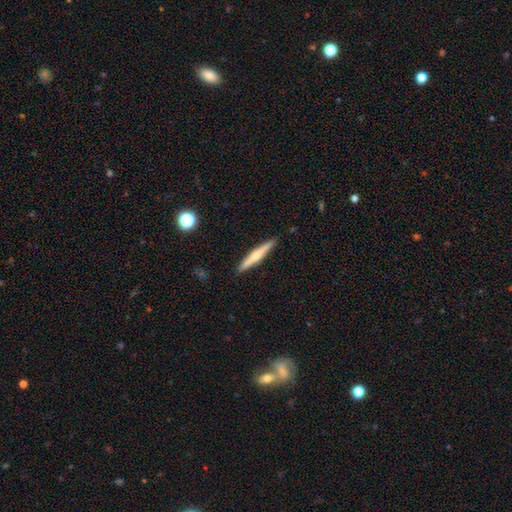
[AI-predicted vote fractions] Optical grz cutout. It shows a featured or disk galaxy (50%) viewed edge-on (98%). Merging: none (91%).